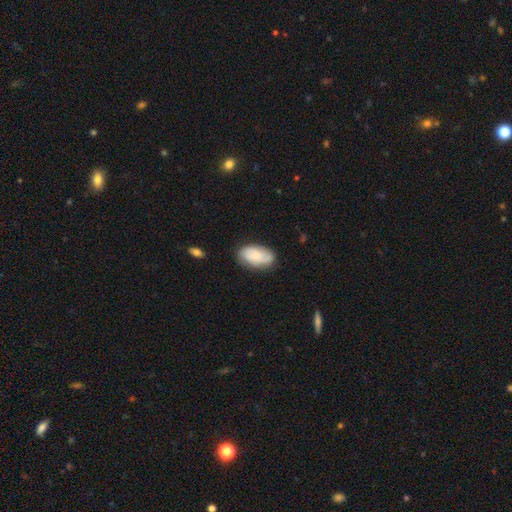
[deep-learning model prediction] smooth-or-featured: smooth: 49% | featured or disk: 44% | star or artifact: 7%
  merging: none: 73% | minor disturbance: 20% | major disturbance: 5% | merger: 2%